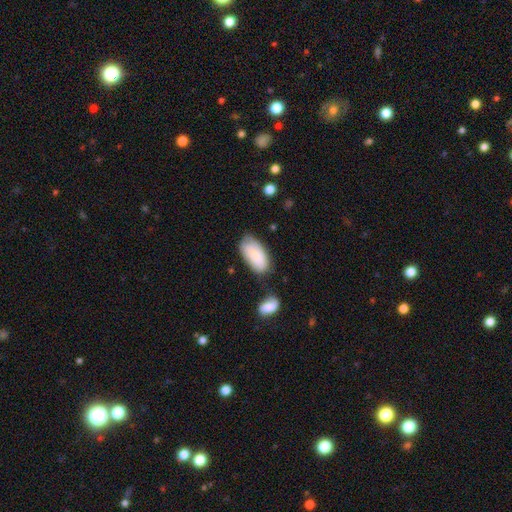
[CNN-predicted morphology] type=smooth (82%); roundness=in between (94%); merging=none (57%).